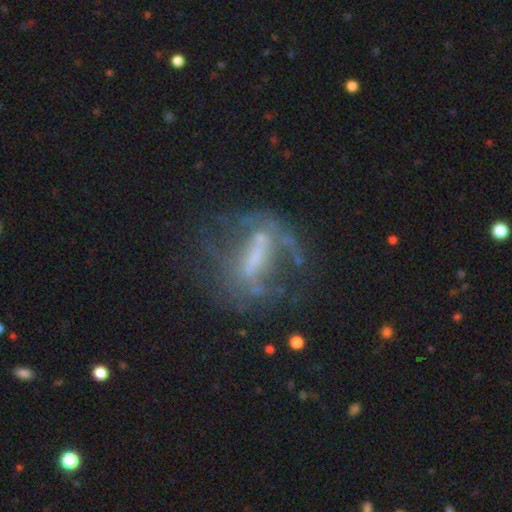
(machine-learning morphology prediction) type=featured or disk (69%); edge-on=no (86%); bar=strong (56%); spiral arms=yes (51%); bulge=none (35%); merging=none (50%).